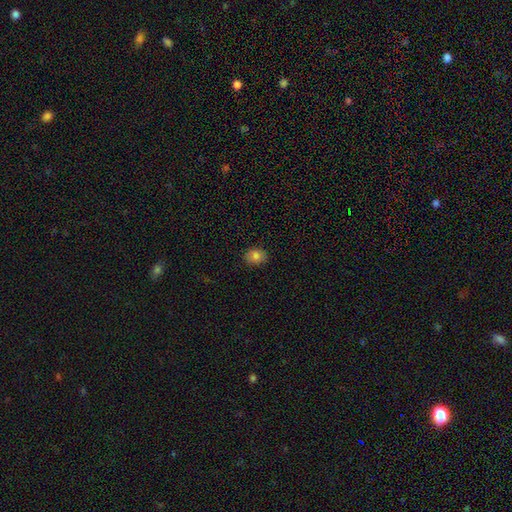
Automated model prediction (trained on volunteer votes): smooth-or-featured: smooth: 82% | star or artifact: 10% | featured or disk: 7%
  how-rounded: in between: 57% | round: 42% | cigar-shaped: 1%
  merging: none: 87% | minor disturbance: 10% | major disturbance: 2% | merger: 1%